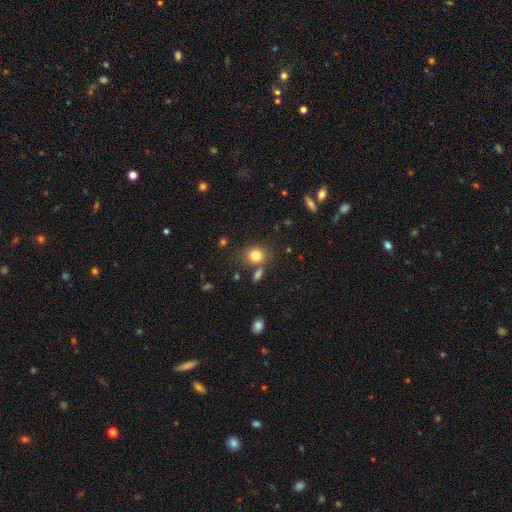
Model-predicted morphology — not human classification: Smooth or featured? smooth (81%)
How rounded? round (68%)
Merging? none (69%)